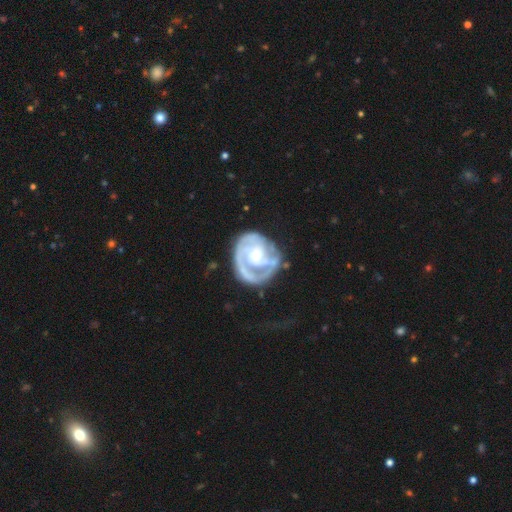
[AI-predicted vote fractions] Overall: featured or disk (86%). Edge-on disk: no (98%). Bar: no (67%). Spiral arms: yes (94%). Spiral arm count: 2 (37%; can't tell 21%). Spiral winding: tight (65%; medium 28%). Bulge size: small (55%; moderate 40%). Merging: none (58%; minor disturbance 23%).